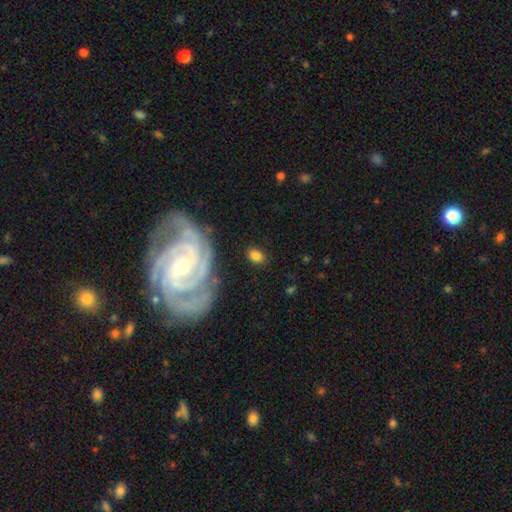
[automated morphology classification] smooth-or-featured: smooth: 70% | featured or disk: 22% | star or artifact: 8%
  how-rounded: in between: 74% | round: 24% | cigar-shaped: 2%
  merging: none: 80% | minor disturbance: 12% | major disturbance: 5% | merger: 3%